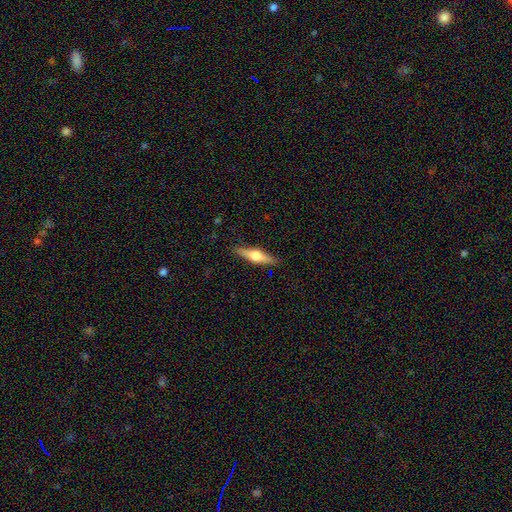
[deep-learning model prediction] Q: Smooth or featured?
A: featured or disk (60%); runner-up: smooth (34%)
Q: Edge-on disk?
A: yes (96%); runner-up: no (4%)
Q: Edge-on bulge?
A: rounded (91%); runner-up: boxy (6%)
Q: Merging?
A: none (89%); runner-up: minor disturbance (8%)